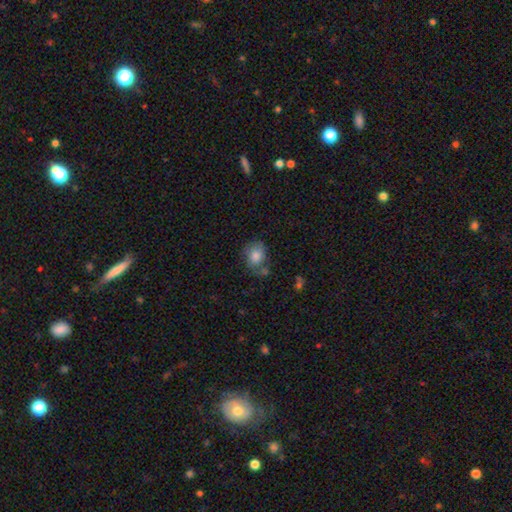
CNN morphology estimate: smooth 76%, featured or disk 15%, star or artifact 8%. Down the decision tree: how rounded — round (52%); merging — none (52%).